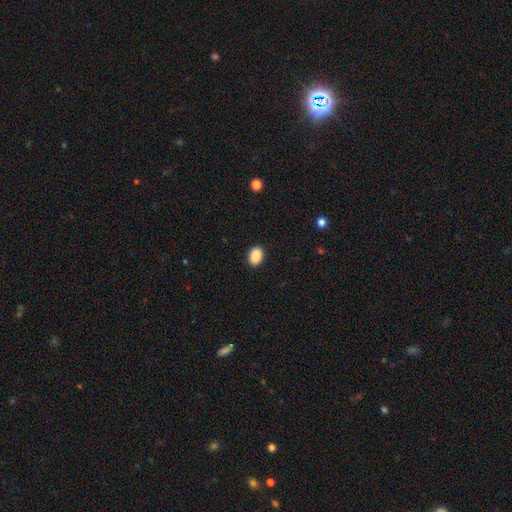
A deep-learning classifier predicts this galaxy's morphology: smooth_or_featured: smooth (p=0.90) [alt: star or artifact p=0.08]
how_rounded: in between (p=0.70) [alt: round p=0.29]
merging: none (p=0.91) [alt: minor disturbance p=0.06]